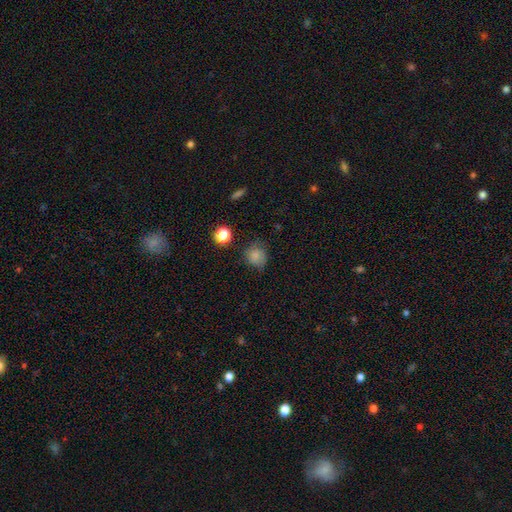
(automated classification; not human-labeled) Smooth or featured: smooth — 80% (star or artifact — 13%)
How rounded: round — 79% (in between — 20%)
Merging: none — 67% (minor disturbance — 25%)